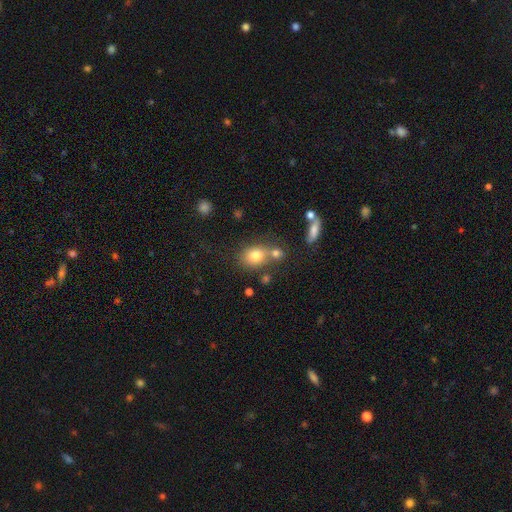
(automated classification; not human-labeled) smooth 77%, featured or disk 12%, star or artifact 11%. Down the decision tree: how rounded — in between (51%); merging — none (51%).